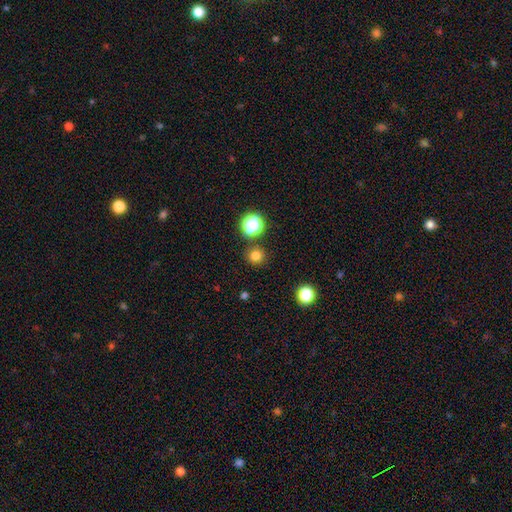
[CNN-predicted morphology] smooth-or-featured: smooth: 79% | star or artifact: 17% | featured or disk: 5%
  how-rounded: round: 94% | in between: 5% | cigar-shaped: 1%
  merging: none: 88% | minor disturbance: 6% | merger: 4% | major disturbance: 2%